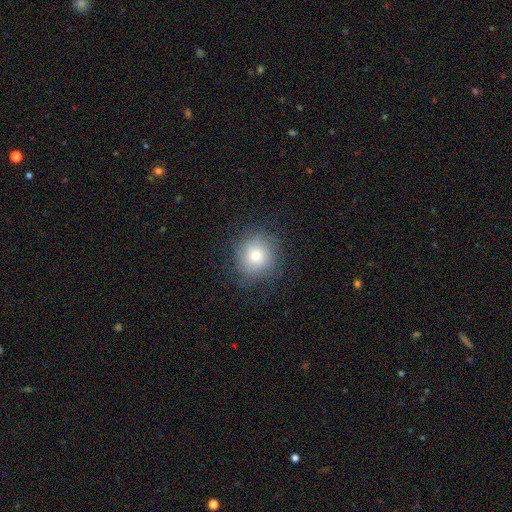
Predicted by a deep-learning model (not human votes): Smooth or featured?
  - smooth: 66% *
  - featured or disk: 23%
  - star or artifact: 12%
How rounded?
  - round: 88% *
  - in between: 11%
  - cigar-shaped: 1%
Merging?
  - none: 78% *
  - minor disturbance: 14%
  - major disturbance: 7%
  - merger: 1%